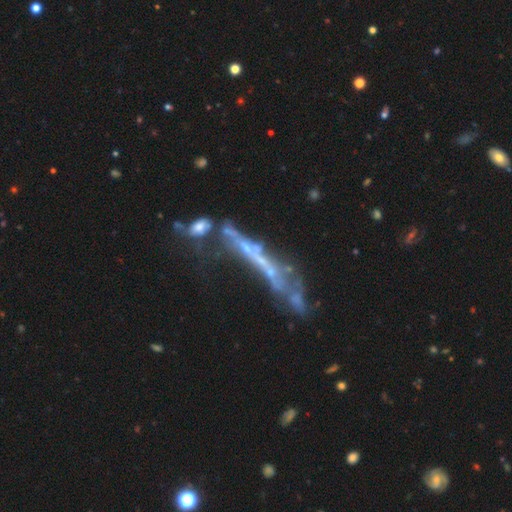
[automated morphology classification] Smooth or featured? Predicted: featured or disk (p=0.64). Edge-on disk? Predicted: yes (p=0.59). Merging? Predicted: none (p=0.31).